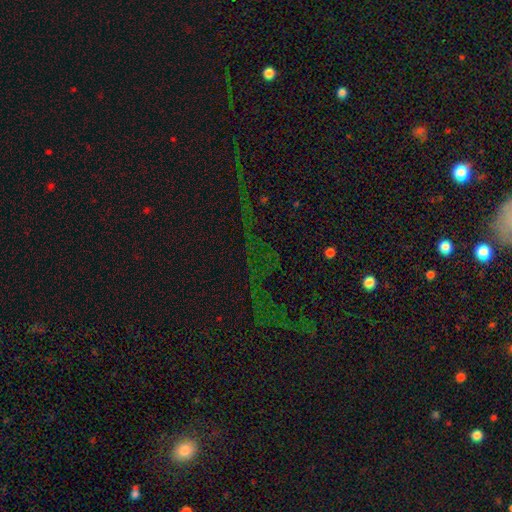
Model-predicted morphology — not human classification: type=star or artifact (72%).